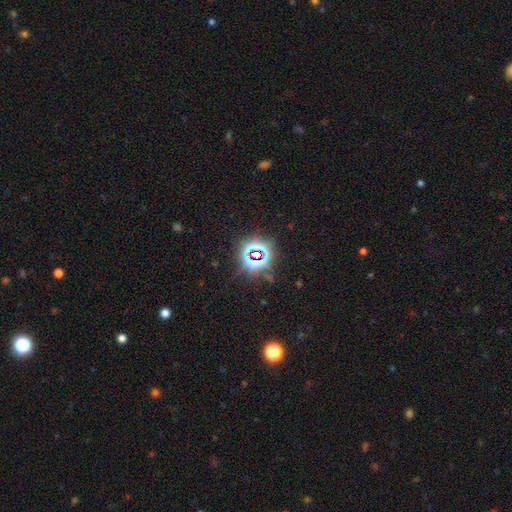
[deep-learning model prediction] smooth-or-featured: star or artifact: 78% | smooth: 14% | featured or disk: 8%